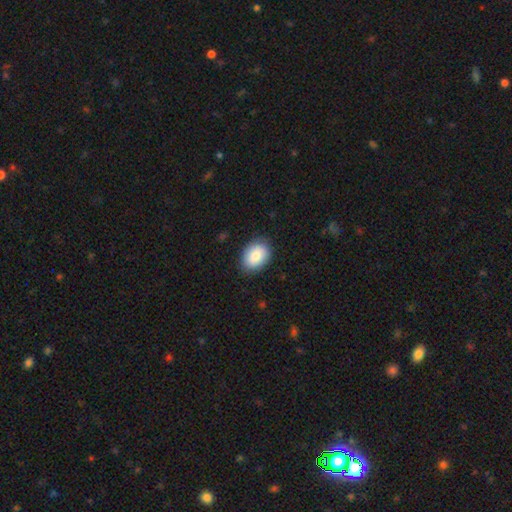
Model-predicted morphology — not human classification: Q: Smooth or featured?
A: smooth (86%); runner-up: featured or disk (7%)
Q: How rounded?
A: in between (79%); runner-up: round (20%)
Q: Merging?
A: none (85%); runner-up: minor disturbance (12%)